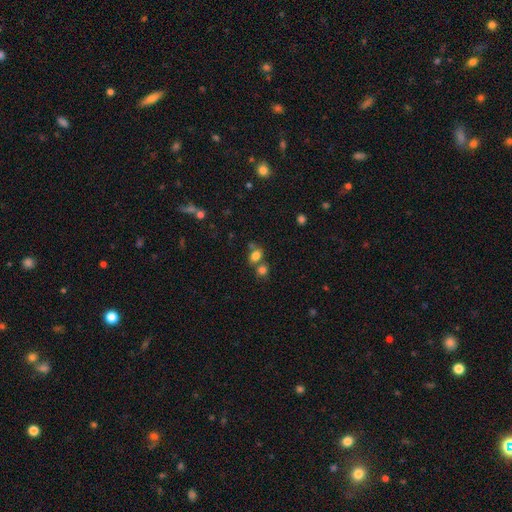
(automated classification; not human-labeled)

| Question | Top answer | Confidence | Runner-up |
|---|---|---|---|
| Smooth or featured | smooth | 77% | star or artifact (14%) |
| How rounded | in between | 60% | round (38%) |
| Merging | none | 44% | merger (39%) |